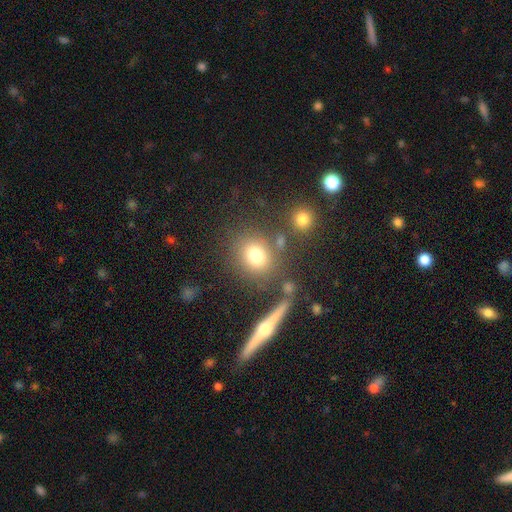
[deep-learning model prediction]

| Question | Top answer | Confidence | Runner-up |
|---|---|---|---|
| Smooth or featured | smooth | 76% | star or artifact (13%) |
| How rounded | round | 73% | in between (25%) |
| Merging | none | 73% | minor disturbance (11%) |